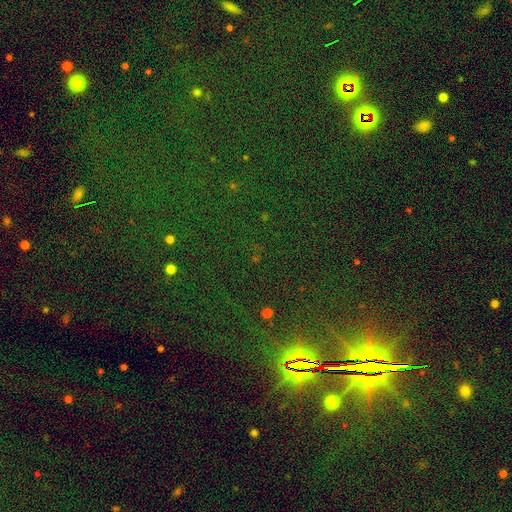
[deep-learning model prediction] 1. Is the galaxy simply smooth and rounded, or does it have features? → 80% star or artifact, 12% smooth, 8% featured or disk.